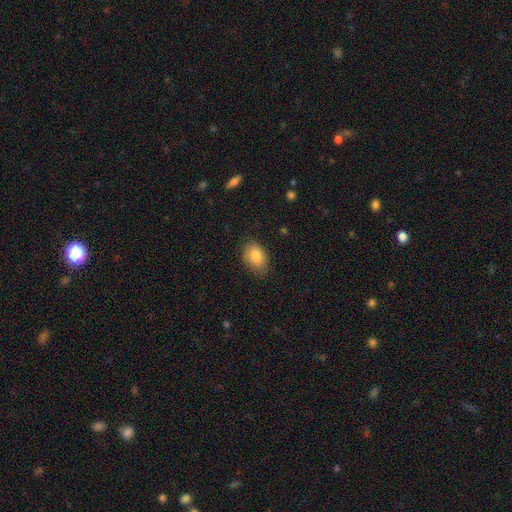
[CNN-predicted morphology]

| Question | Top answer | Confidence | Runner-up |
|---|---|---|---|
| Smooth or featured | smooth | 83% | featured or disk (10%) |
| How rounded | in between | 84% | round (15%) |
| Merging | none | 76% | minor disturbance (19%) |